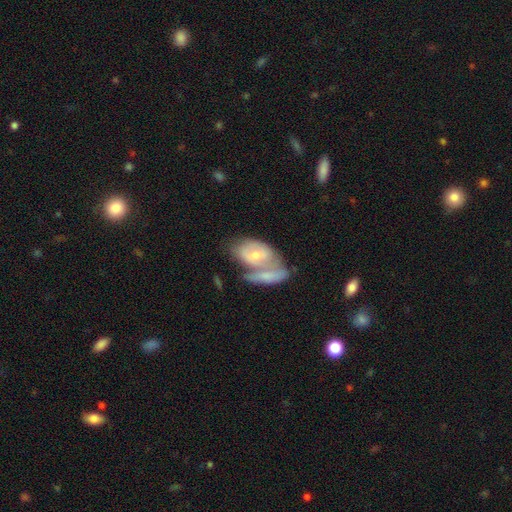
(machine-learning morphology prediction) smooth-or-featured: featured or disk: 56% | smooth: 37% | star or artifact: 7%
  disk-edge-on: no: 91% | yes: 9%
    bar: no: 61% | weak: 30% | strong: 9%
    has-spiral-arms: yes: 58% | no: 42%
    bulge-size: small: 49% | moderate: 46% | large: 2% | none: 2% | dominant: 1%
  merging: merger: 57% | none: 24% | minor disturbance: 12% | major disturbance: 7%